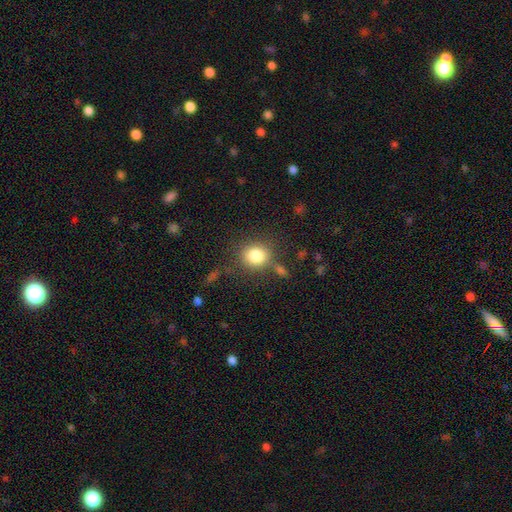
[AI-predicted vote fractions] The model was most divided on "how rounded": round: 78%, in between: 21%, cigar-shaped: 1%. More confident: smooth or featured — smooth (82%); merging — none (74%).